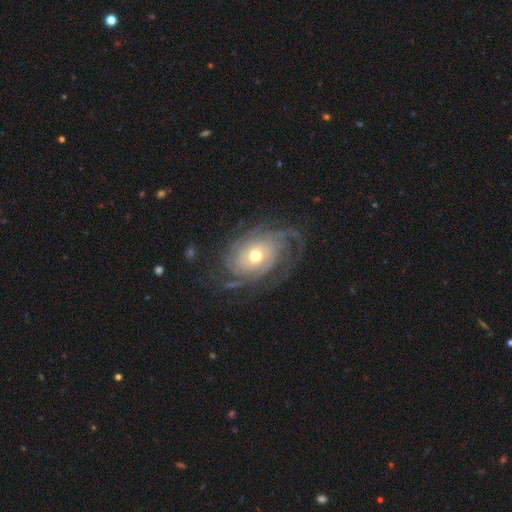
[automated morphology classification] This appears to be a featured or disk galaxy (86%) with no bar (77%), tight (66%) spiral arms (94%) and a moderate central bulge (66%). Merging: none (68%).